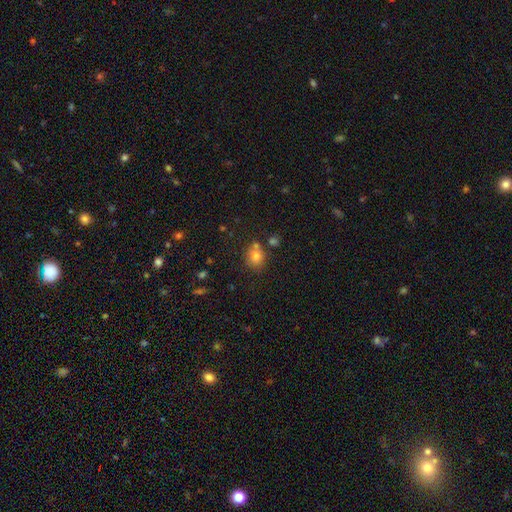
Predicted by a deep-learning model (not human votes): Smooth or featured?
  - smooth: 76% *
  - star or artifact: 14%
  - featured or disk: 10%
How rounded?
  - round: 68% *
  - in between: 31%
  - cigar-shaped: 1%
Merging?
  - none: 64% *
  - merger: 18%
  - minor disturbance: 14%
  - major disturbance: 4%